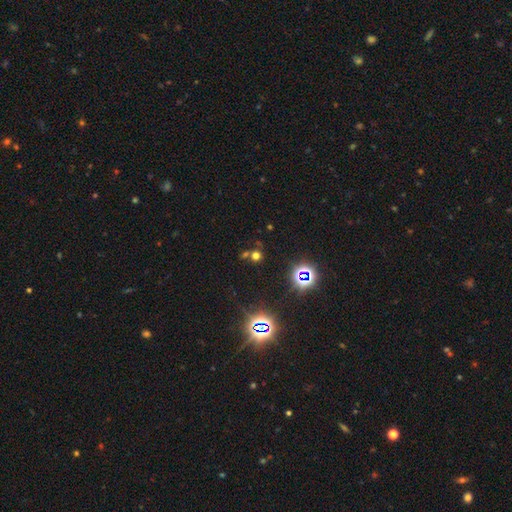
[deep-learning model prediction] Smooth or featured?
  - smooth: 45% * (tied)
  - star or artifact: 45% * (tied)
  - featured or disk: 9%
Merging?
  - none: 59% *
  - merger: 28%
  - minor disturbance: 8%
  - major disturbance: 5%